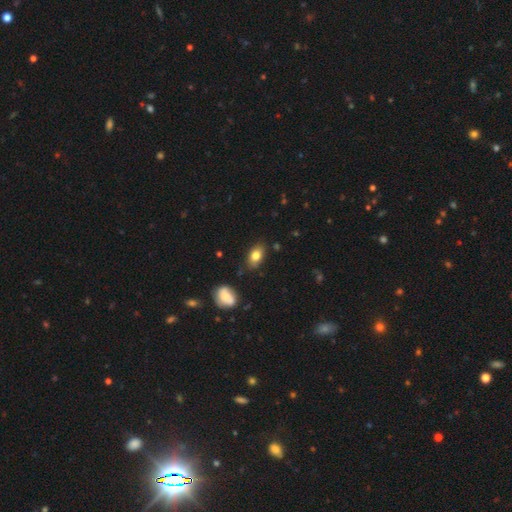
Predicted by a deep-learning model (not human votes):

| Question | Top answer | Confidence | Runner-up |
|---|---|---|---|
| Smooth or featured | smooth | 81% | featured or disk (11%) |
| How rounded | in between | 87% | round (11%) |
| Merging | none | 81% | minor disturbance (14%) |